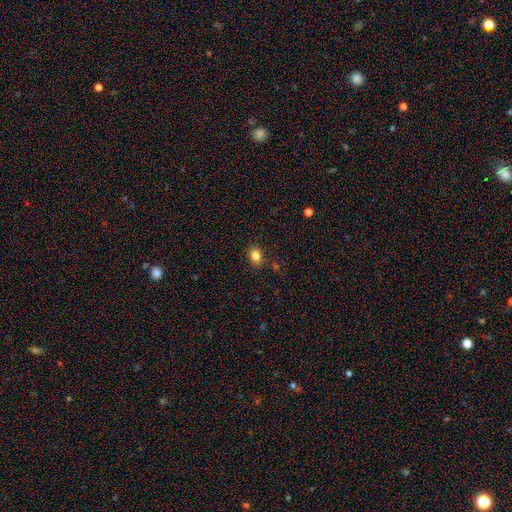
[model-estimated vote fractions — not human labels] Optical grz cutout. It shows a smooth galaxy with no disk features (84%) that is in between round and cigar-shaped (62%). Merging: none (86%).